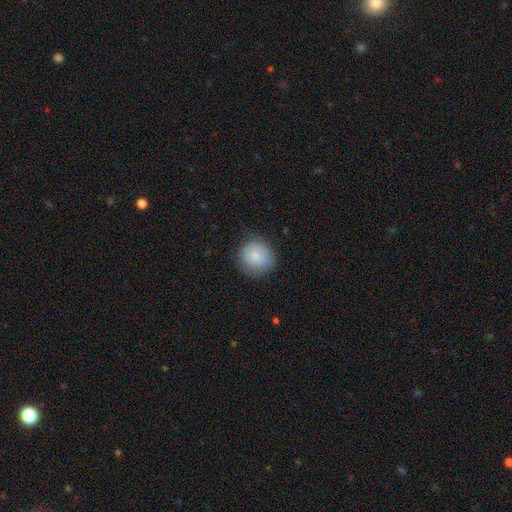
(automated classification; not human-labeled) Smooth or featured? Predicted: smooth (p=0.79). How rounded? Predicted: round (p=0.89). Merging? Predicted: none (p=0.75).